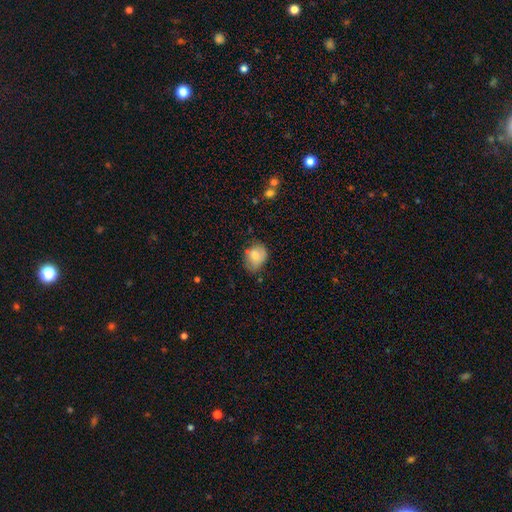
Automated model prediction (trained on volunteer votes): This appears to be a smooth galaxy with no disk features (81%) that is in between round and cigar-shaped (60%). Merging: none (54%).